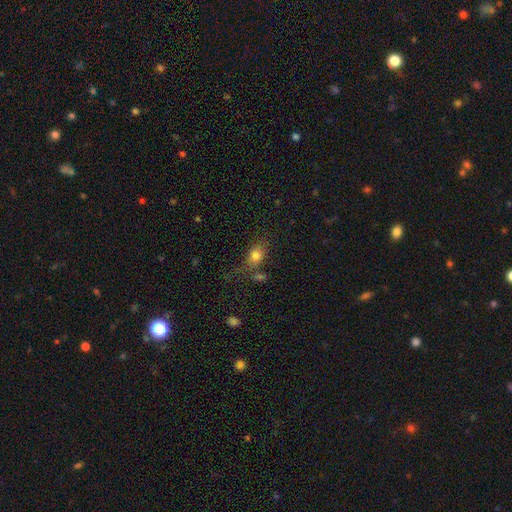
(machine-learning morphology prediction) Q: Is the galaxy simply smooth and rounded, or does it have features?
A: smooth — 79%.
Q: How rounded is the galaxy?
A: in between — 66%.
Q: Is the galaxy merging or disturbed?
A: none — 56%.